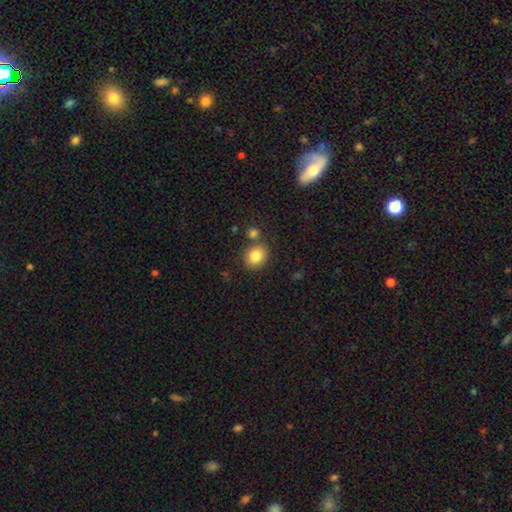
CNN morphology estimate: The model was most divided on "how rounded": round: 69%, in between: 30%, cigar-shaped: 1%. More confident: smooth or featured — smooth (83%); merging — none (74%).